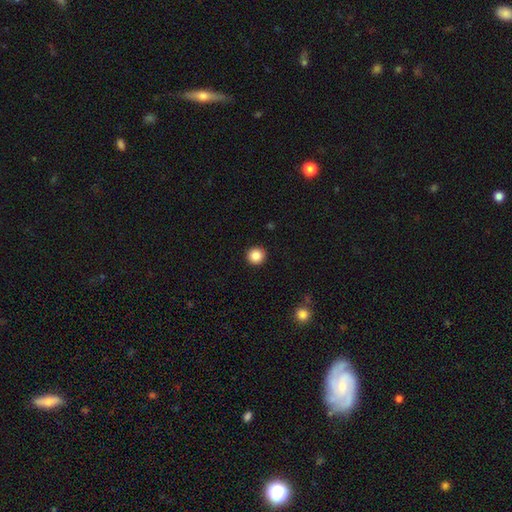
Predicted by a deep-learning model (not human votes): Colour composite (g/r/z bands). It shows a smooth galaxy with no disk features (87%) that is round (96%). Merging: none (93%).